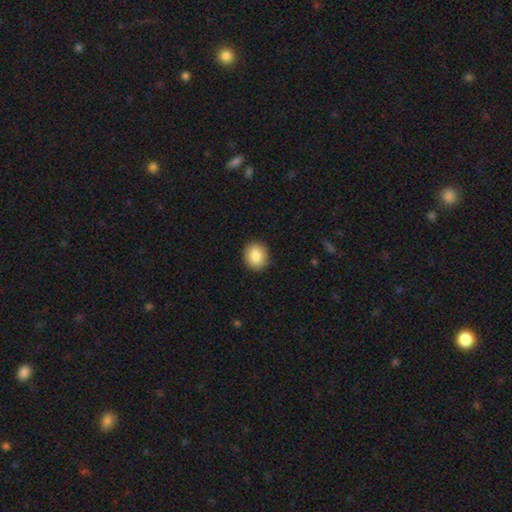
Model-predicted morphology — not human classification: smooth-or-featured: smooth: 87% | star or artifact: 8% | featured or disk: 6%
  how-rounded: round: 78% | in between: 21% | cigar-shaped: 1%
  merging: none: 90% | minor disturbance: 7% | major disturbance: 2% | merger: 1%